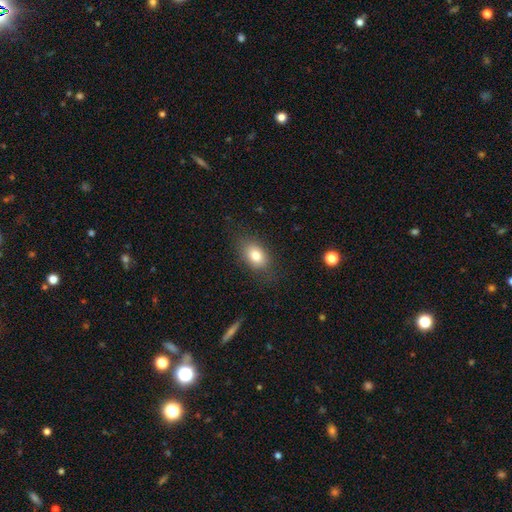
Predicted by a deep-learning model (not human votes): Morphology: type=smooth (80%); roundness=in between (80%); merging=none (79%).